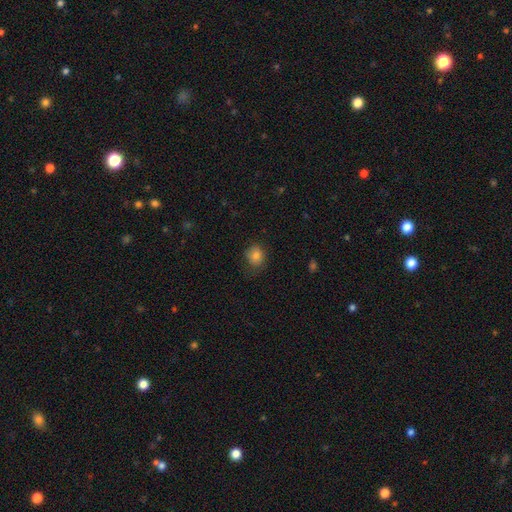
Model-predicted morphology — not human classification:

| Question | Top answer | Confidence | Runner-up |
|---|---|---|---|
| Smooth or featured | smooth | 83% | star or artifact (11%) |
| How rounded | round | 70% | in between (29%) |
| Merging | none | 72% | minor disturbance (21%) |